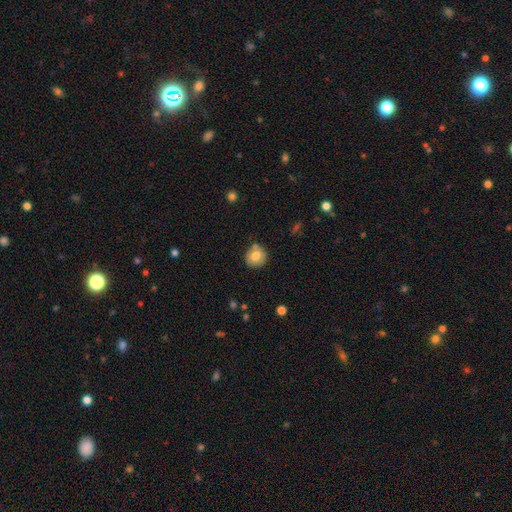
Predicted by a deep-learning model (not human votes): This is likely a smooth galaxy (75%). How rounded: clearly round (85%). Merging: likely none (77%).